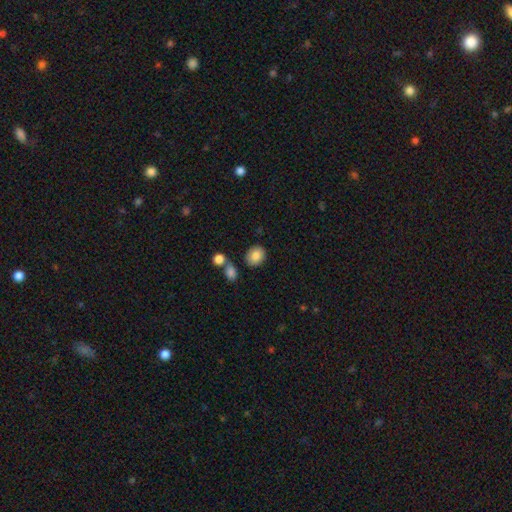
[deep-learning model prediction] smooth-or-featured: smooth: 85% | star or artifact: 8% | featured or disk: 7%
  how-rounded: round: 62% | in between: 37% | cigar-shaped: 1%
  merging: none: 81% | minor disturbance: 9% | merger: 7% | major disturbance: 3%